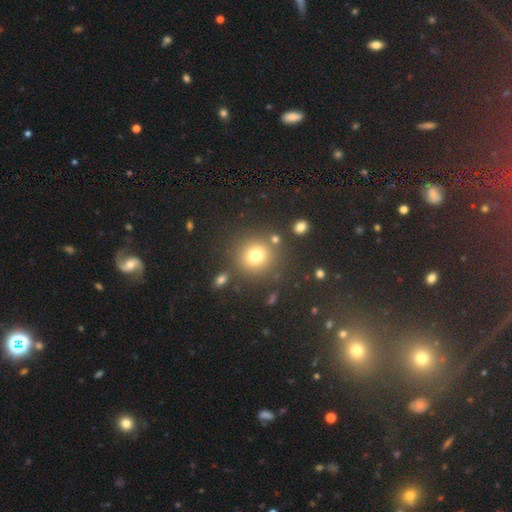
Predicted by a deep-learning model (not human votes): This appears to be a smooth galaxy with no disk features (75%) that is round (90%). Merging: none (80%).